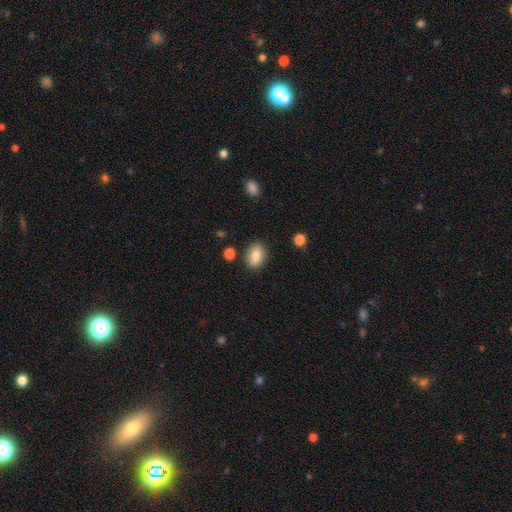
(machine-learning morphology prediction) type=smooth (82%); roundness=in between (71%); merging=none (85%).